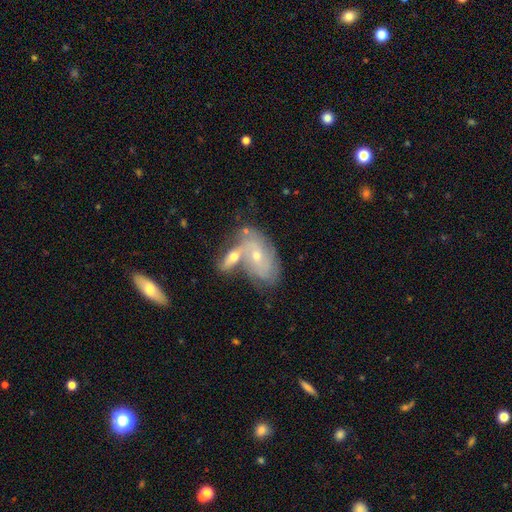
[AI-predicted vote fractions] A featured or disk galaxy (70%) with no bar (68%), tight (52%) spiral arms (82%) and a small central bulge (62%). Merging: merger (47%).